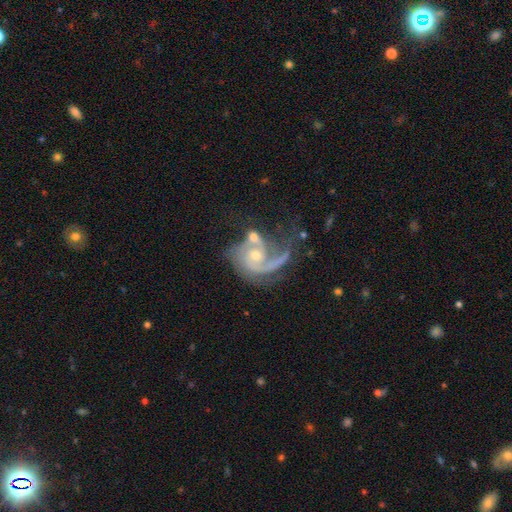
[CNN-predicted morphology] Q: Smooth or featured?
A: featured or disk (87%); runner-up: smooth (8%)
Q: Edge-on disk?
A: no (98%); runner-up: yes (2%)
Q: Bar?
A: no (65%); runner-up: weak (28%)
Q: Spiral arms?
A: yes (95%); runner-up: no (5%)
Q: Spiral winding?
A: medium (45%); runner-up: tight (28%)
Q: Spiral arm count?
A: 2 (45%); runner-up: 1 (33%)
Q: Bulge size?
A: moderate (51%); runner-up: small (44%)
Q: Merging?
A: merger (32%); runner-up: none (29%)